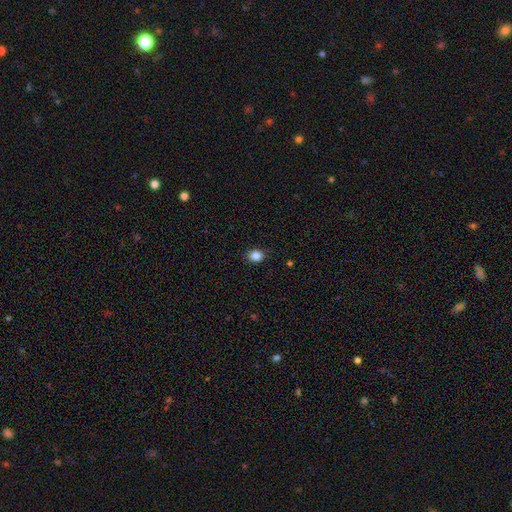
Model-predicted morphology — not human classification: smooth 86%, star or artifact 10%, featured or disk 4%. Down the decision tree: how rounded — round (52%); merging — none (86%).